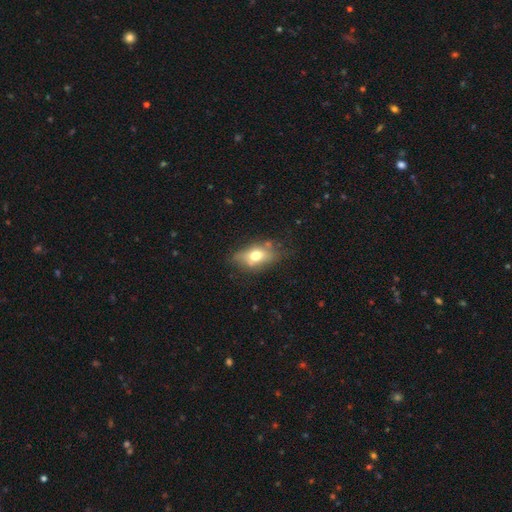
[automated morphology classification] The model was most divided on "merging": none: 60%, minor disturbance: 26%, major disturbance: 9%, merger: 5%. More confident: how rounded — in between (83%); smooth or featured — smooth (64%).